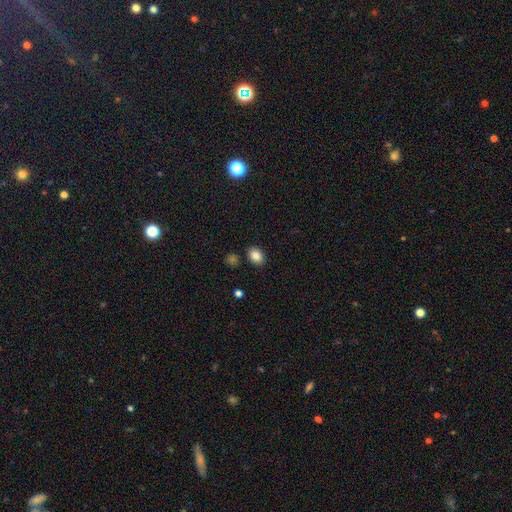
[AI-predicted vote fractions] Smooth or featured? smooth (85%)
How rounded? in between (70%)
Merging? none (83%)